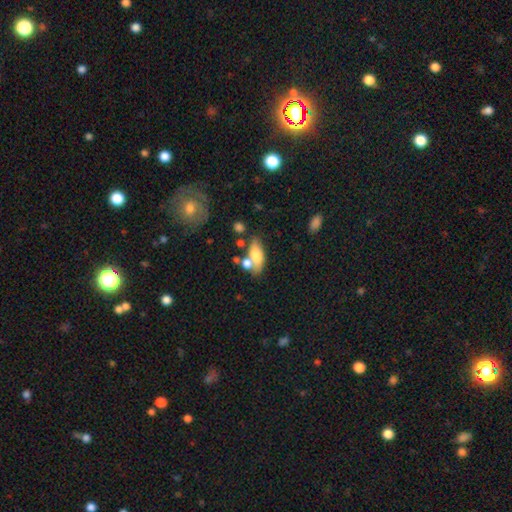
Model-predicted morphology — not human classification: Smooth or featured? Predicted: smooth (p=0.65). How rounded? Predicted: in between (p=0.81). Merging? Predicted: none (p=0.47).